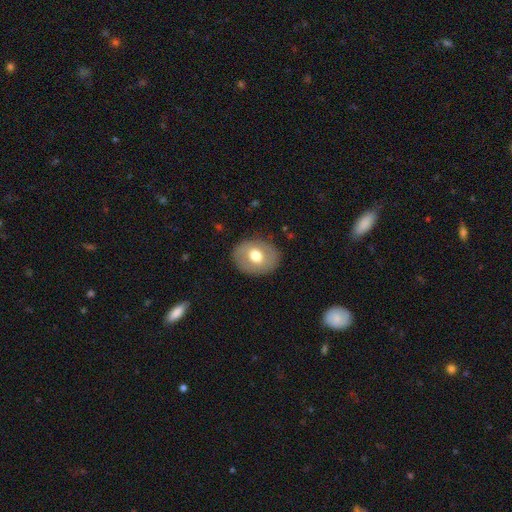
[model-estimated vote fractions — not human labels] This appears to be a smooth galaxy with no disk features (64%) that is in between round and cigar-shaped (55%). Merging: none (85%).